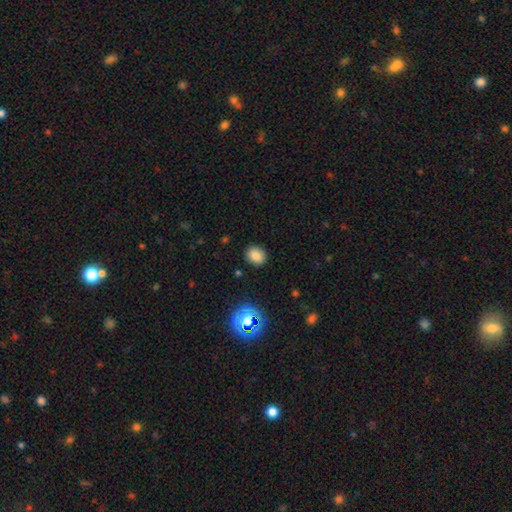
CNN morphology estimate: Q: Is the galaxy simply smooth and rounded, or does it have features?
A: smooth — 82%.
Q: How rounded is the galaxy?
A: round — 57%.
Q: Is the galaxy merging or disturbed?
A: none — 88%.